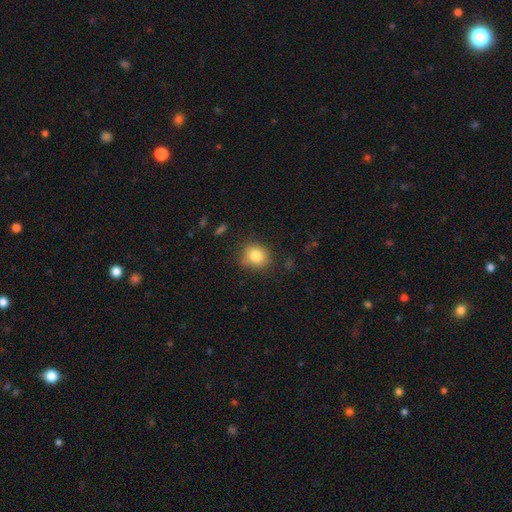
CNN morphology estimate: A smooth galaxy with no disk features (83%) that is round (80%).

Vote fractions:
- Smooth or featured? smooth: 83% / star or artifact: 10% / featured or disk: 7%
- How rounded? round: 80% / in between: 19% / cigar-shaped: 1%
- Merging? none: 80% / minor disturbance: 15% / major disturbance: 4% / merger: 2%